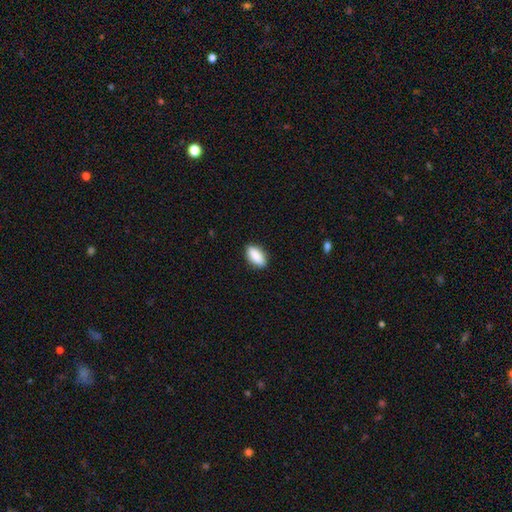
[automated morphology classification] Smooth or featured?
  - smooth: 89% *
  - star or artifact: 6%
  - featured or disk: 5%
How rounded?
  - in between: 90% *
  - cigar-shaped: 7%
  - round: 3%
Merging?
  - none: 89% *
  - minor disturbance: 8%
  - major disturbance: 2%
  - merger: 1%